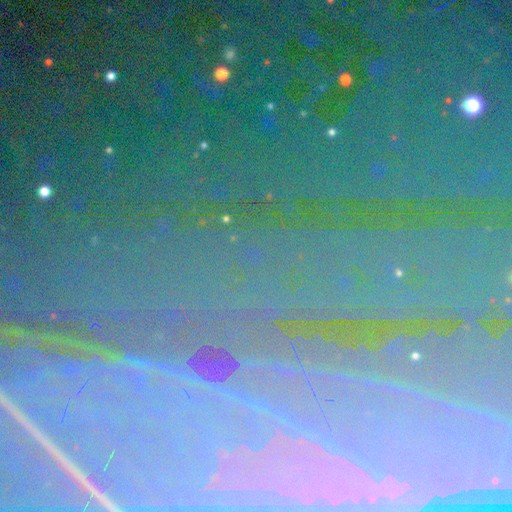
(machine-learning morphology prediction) Smooth or featured?
  - star or artifact: 78% *
  - featured or disk: 12%
  - smooth: 10%